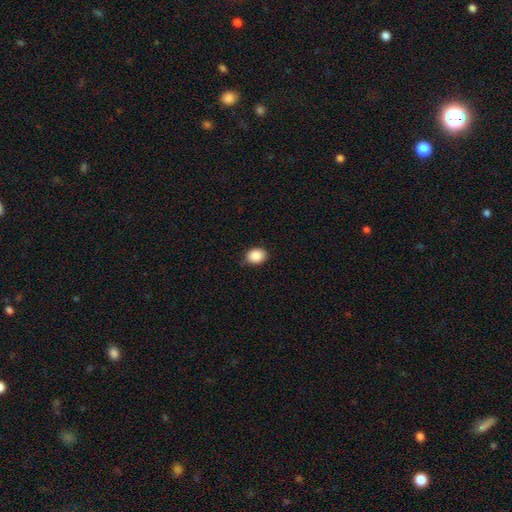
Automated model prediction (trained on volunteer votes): Smooth or featured? smooth (89%)
How rounded? in between (64%)
Merging? none (82%)